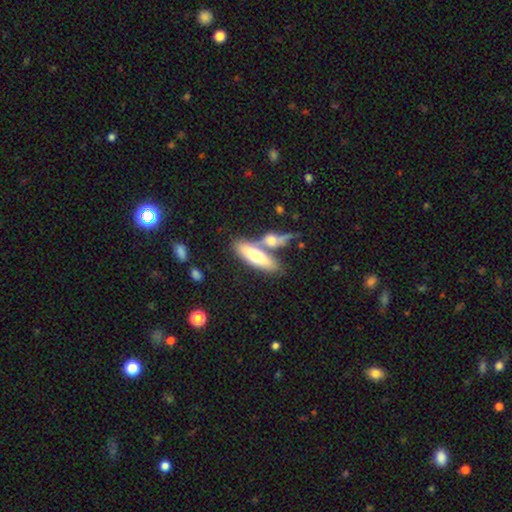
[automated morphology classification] This is possibly a smooth galaxy (59%). How rounded: possibly in between (55%). Merging: marginally none (45%).